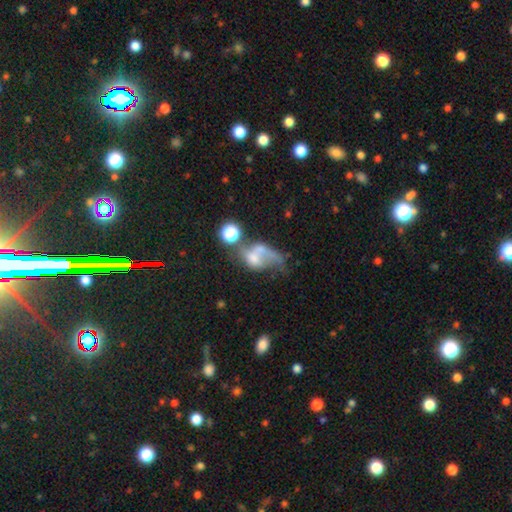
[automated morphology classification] type=featured or disk (46%); merging=major disturbance (38%).